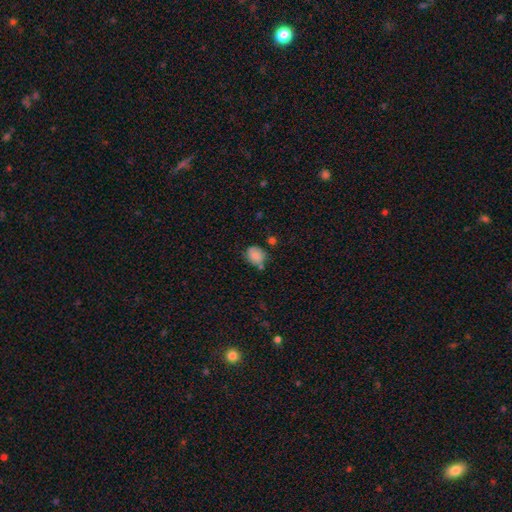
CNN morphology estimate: Smooth or featured? smooth (81%)
How rounded? round (56%)
Merging? none (62%)